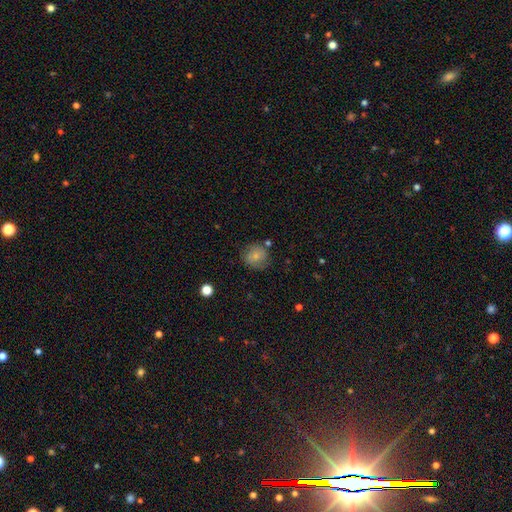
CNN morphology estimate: type=smooth (67%); roundness=round (86%); merging=none (73%).